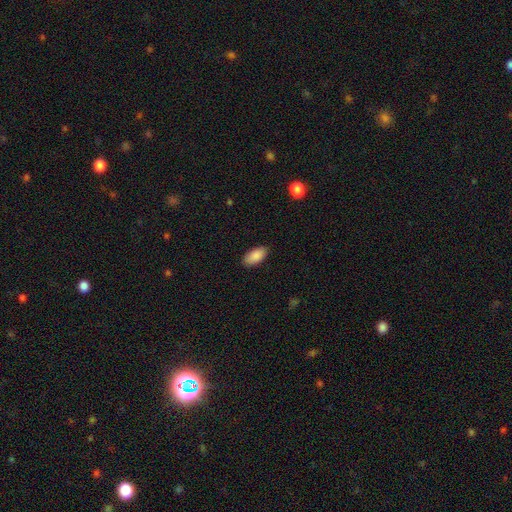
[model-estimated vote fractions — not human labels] smooth_or_featured: smooth (p=0.89) [alt: star or artifact p=0.06]
how_rounded: in between (p=0.93) [alt: cigar-shaped p=0.05]
merging: none (p=0.88) [alt: minor disturbance p=0.09]